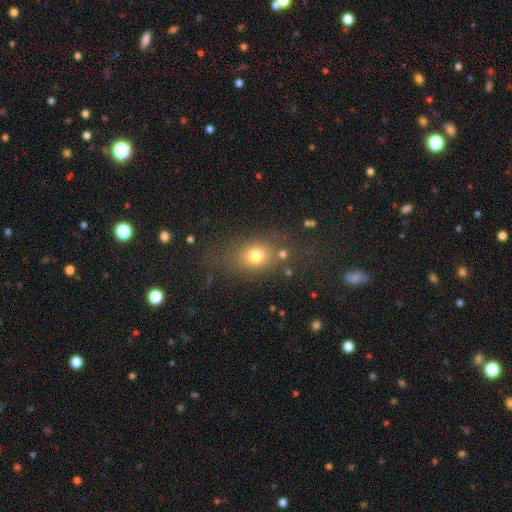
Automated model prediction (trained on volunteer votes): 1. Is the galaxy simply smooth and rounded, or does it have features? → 74% smooth, 15% star or artifact, 11% featured or disk.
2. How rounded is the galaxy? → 53% in between, 45% round, 2% cigar-shaped.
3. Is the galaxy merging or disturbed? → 69% none, 15% minor disturbance, 10% major disturbance, 6% merger.